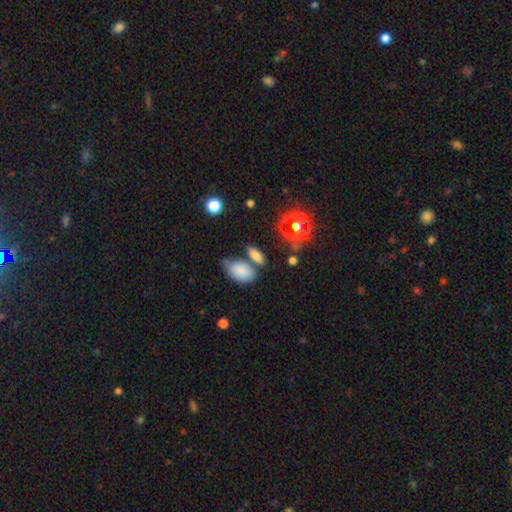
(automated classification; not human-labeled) smooth-or-featured: smooth: 78% | star or artifact: 12% | featured or disk: 10%
  how-rounded: in between: 76% | cigar-shaped: 13% | round: 10%
  merging: none: 62% | merger: 19% | minor disturbance: 14% | major disturbance: 5%